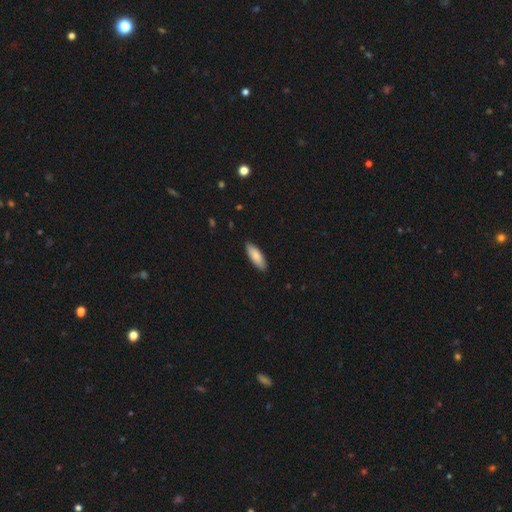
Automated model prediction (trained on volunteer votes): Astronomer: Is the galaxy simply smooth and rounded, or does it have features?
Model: smooth — 86%.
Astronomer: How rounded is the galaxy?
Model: in between — 68%.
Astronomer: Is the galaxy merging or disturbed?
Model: none — 88%.